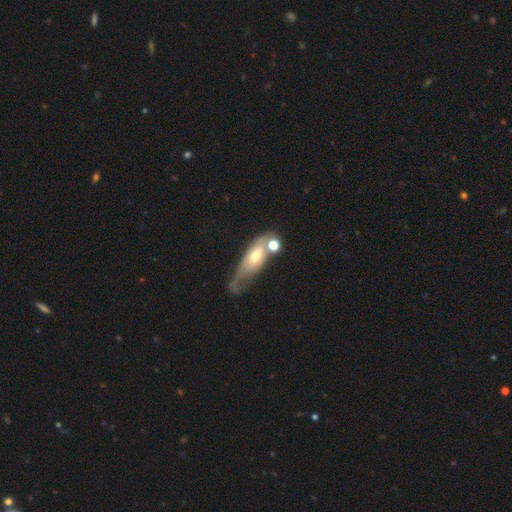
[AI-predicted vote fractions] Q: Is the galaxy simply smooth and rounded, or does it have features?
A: featured or disk — 46%.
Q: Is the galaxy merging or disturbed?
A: merger — 31%.